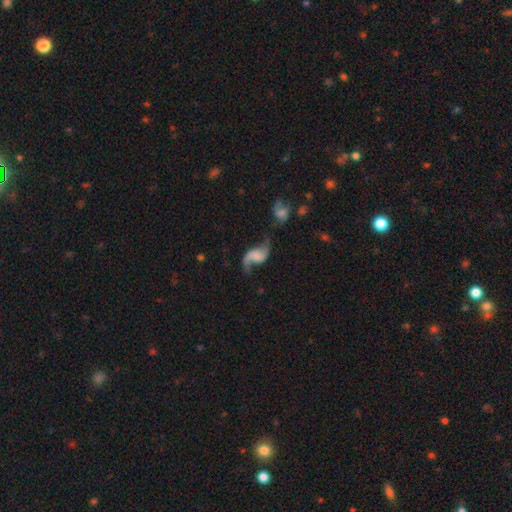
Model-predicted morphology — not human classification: This is clearly a featured or disk galaxy (84%). It is clearly not viewed edge-on (97%). Bar: possibly no (55%). Spiral arm pattern: clearly yes (95%). Spiral arm count: clearly 2 (92%). Spiral winding: clearly loose (87%). Central bulge: likely none (65%). Merging: possibly none (59%).